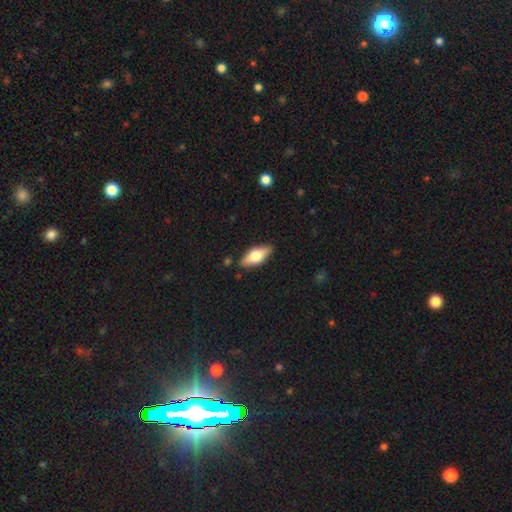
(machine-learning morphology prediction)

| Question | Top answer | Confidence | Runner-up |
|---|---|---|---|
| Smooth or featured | smooth | 65% | featured or disk (29%) |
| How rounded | in between | 79% | cigar-shaped (19%) |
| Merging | none | 85% | minor disturbance (11%) |